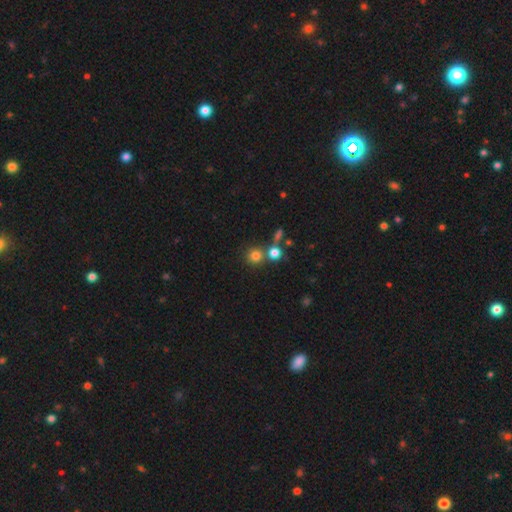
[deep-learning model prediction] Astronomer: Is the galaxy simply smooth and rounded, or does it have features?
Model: smooth — 78%.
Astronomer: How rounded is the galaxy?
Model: round — 90%.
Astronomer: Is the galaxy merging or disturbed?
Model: none — 64%.